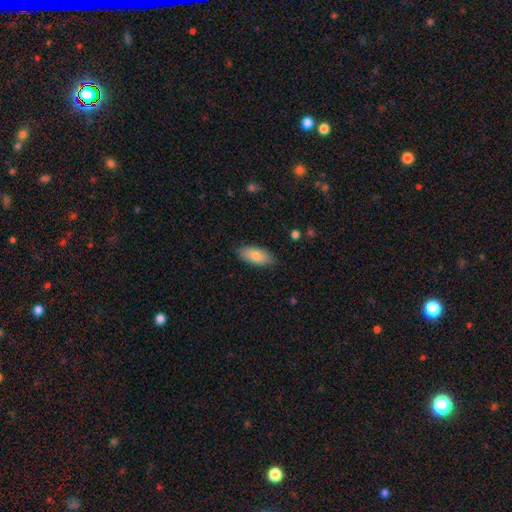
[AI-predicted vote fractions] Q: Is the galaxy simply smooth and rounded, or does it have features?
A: smooth — 82%.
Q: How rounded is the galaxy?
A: in between — 88%.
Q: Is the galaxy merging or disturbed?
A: none — 84%.